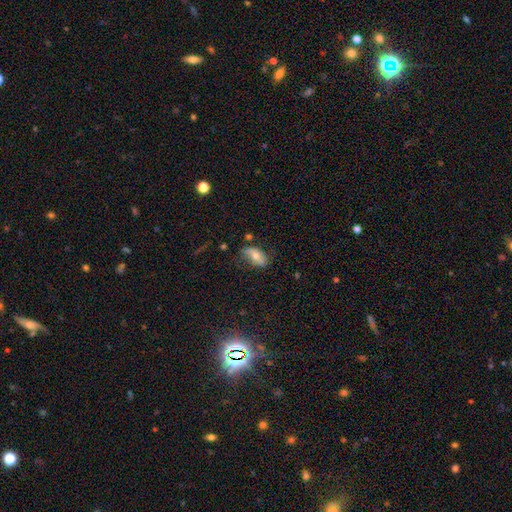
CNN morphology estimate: smooth_or_featured: smooth (p=0.52) [alt: featured or disk p=0.38]
how_rounded: in between (p=0.90) [alt: round p=0.05]
merging: none (p=0.61) [alt: minor disturbance p=0.27]